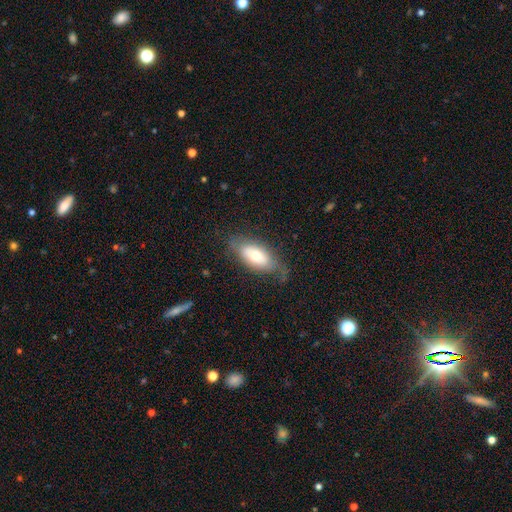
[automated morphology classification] Smooth or featured: smooth — 60% (featured or disk — 32%)
How rounded: in between — 88% (cigar-shaped — 8%)
Merging: none — 65% (minor disturbance — 23%)